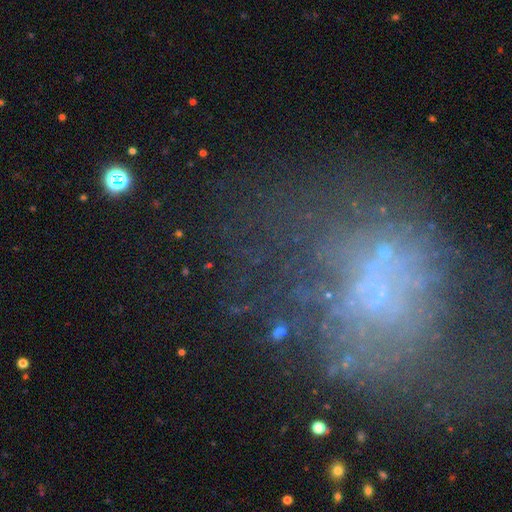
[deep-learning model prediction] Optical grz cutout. It shows a featured or disk galaxy (45%). Merging: none (44%).